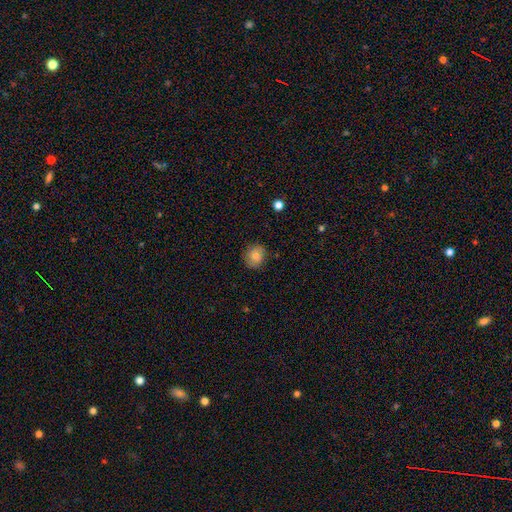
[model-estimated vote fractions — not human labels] Morphology: type=smooth (84%); roundness=round (74%); merging=none (84%).